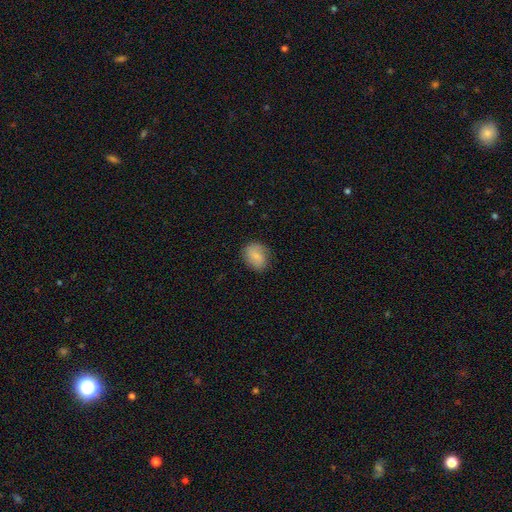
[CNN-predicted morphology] A smooth galaxy with no disk features (66%) that is round (54%). Merging: none (76%).